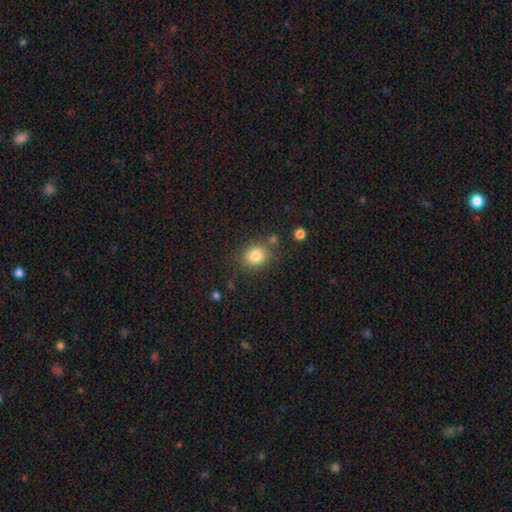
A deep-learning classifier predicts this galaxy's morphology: Smooth or featured: smooth — 81% (star or artifact — 11%)
How rounded: round — 72% (in between — 27%)
Merging: none — 78% (minor disturbance — 12%)